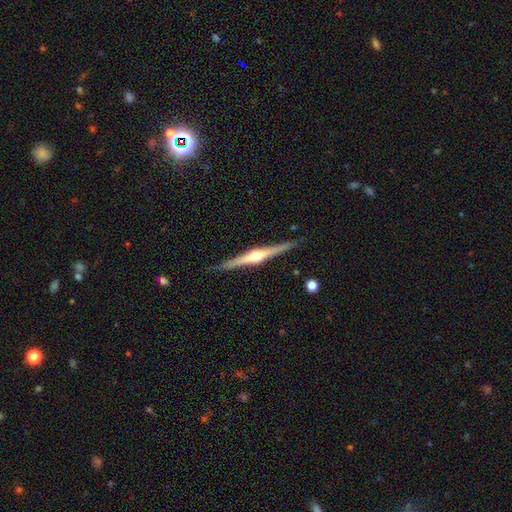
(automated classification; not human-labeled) The model was most divided on "smooth or featured": featured or disk: 80%, smooth: 15%, star or artifact: 5%. More confident: edge-on disk — yes (98%); edge-on bulge — rounded (92%); merging — none (90%).